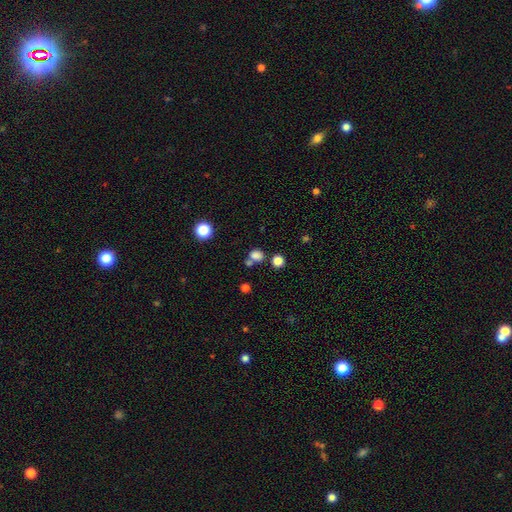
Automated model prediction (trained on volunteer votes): This is likely a smooth galaxy (78%). How rounded: likely round (61%). Merging: possibly none (57%).